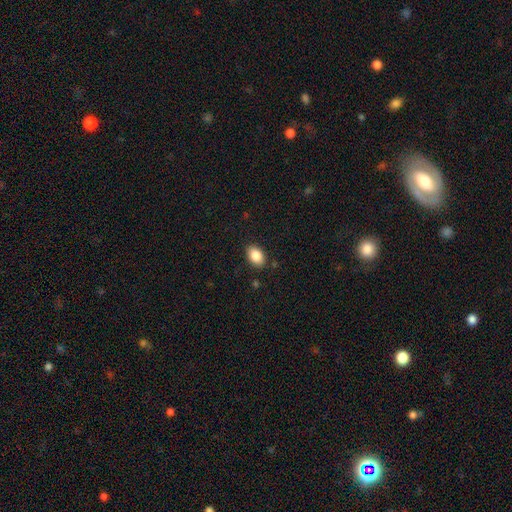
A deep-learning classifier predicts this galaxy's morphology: smooth_or_featured: smooth (p=0.87) [alt: star or artifact p=0.08]
how_rounded: in between (p=0.88) [alt: round p=0.10]
merging: none (p=0.87) [alt: minor disturbance p=0.10]